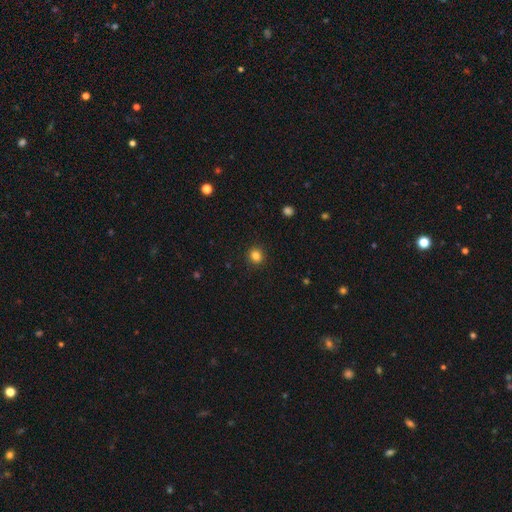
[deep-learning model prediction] smooth-or-featured: smooth: 84% | star or artifact: 12% | featured or disk: 4%
  how-rounded: round: 88% | in between: 11% | cigar-shaped: 1%
  merging: none: 91% | minor disturbance: 6% | major disturbance: 2% | merger: 1%